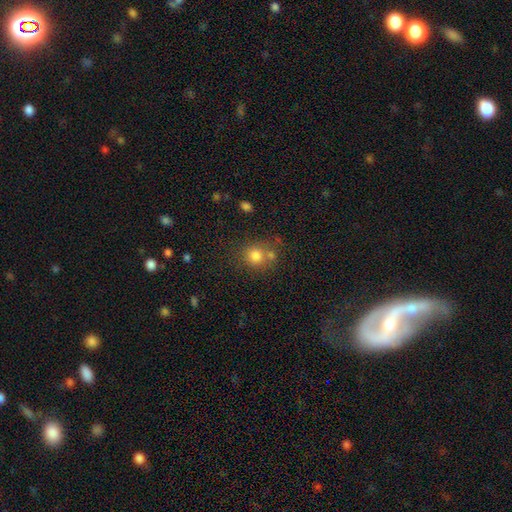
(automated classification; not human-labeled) smooth_or_featured: smooth (p=0.79) [alt: star or artifact p=0.13]
how_rounded: round (p=0.86) [alt: in between p=0.13]
merging: none (p=0.60) [alt: merger p=0.24]